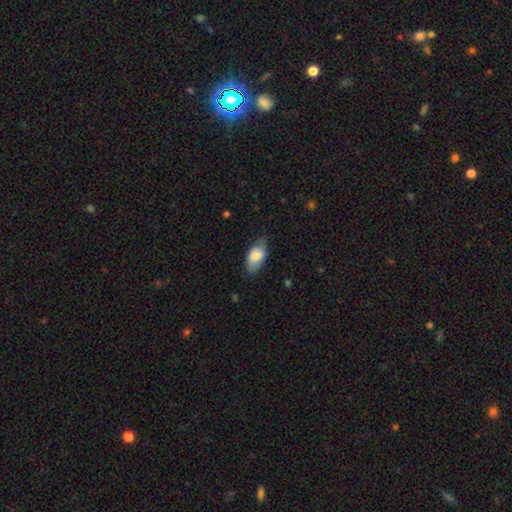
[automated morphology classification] Smooth or featured?
  - smooth: 77% *
  - featured or disk: 16%
  - star or artifact: 6%
How rounded?
  - in between: 93% *
  - round: 4%
  - cigar-shaped: 3%
Merging?
  - none: 68% *
  - minor disturbance: 26%
  - major disturbance: 5%
  - merger: 1%